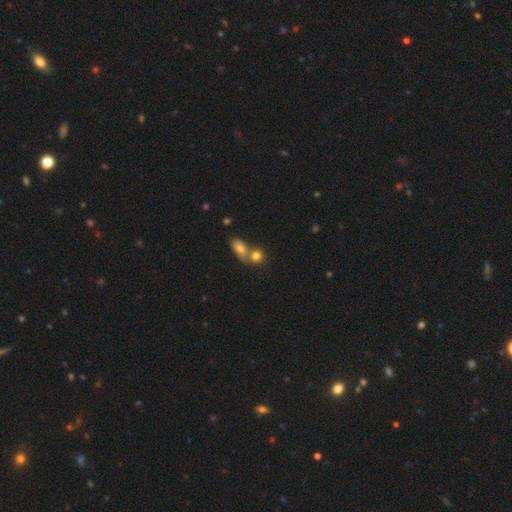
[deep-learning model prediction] Q: Smooth or featured?
A: smooth (79%); runner-up: star or artifact (11%)
Q: How rounded?
A: round (56%); runner-up: in between (40%)
Q: Merging?
A: merger (49%); runner-up: none (40%)